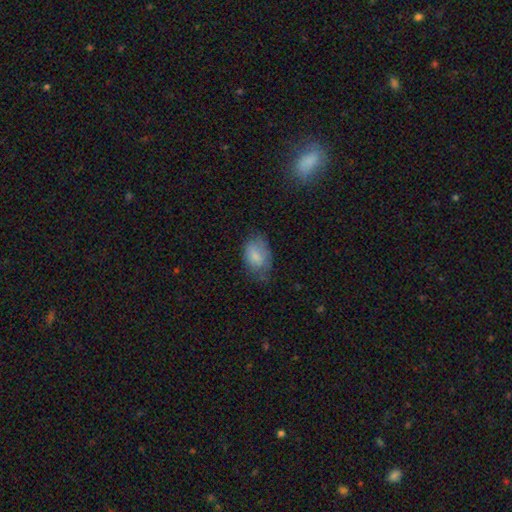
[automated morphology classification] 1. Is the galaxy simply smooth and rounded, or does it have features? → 77% smooth, 15% featured or disk, 7% star or artifact.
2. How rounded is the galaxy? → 86% in between, 13% round, 1% cigar-shaped.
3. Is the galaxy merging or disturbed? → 54% none, 33% minor disturbance, 12% major disturbance, 2% merger.